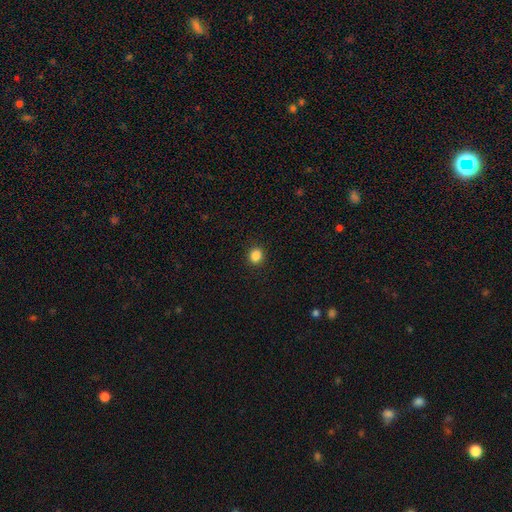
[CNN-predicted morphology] This appears to be a smooth galaxy with no disk features (85%) that is round (80%). Merging: none (92%).